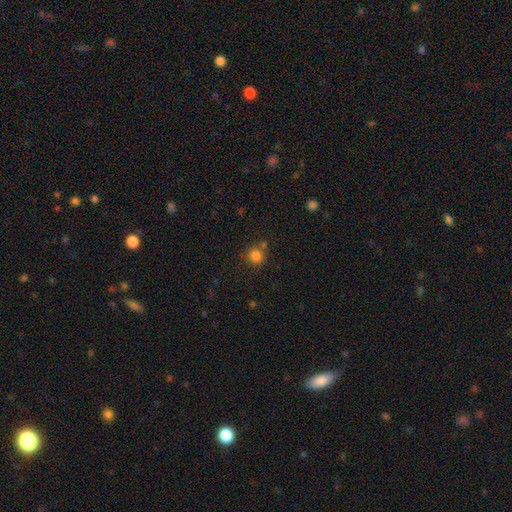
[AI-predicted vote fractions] This appears to be a smooth galaxy with no disk features (83%) that is round (92%). Merging: none (74%).